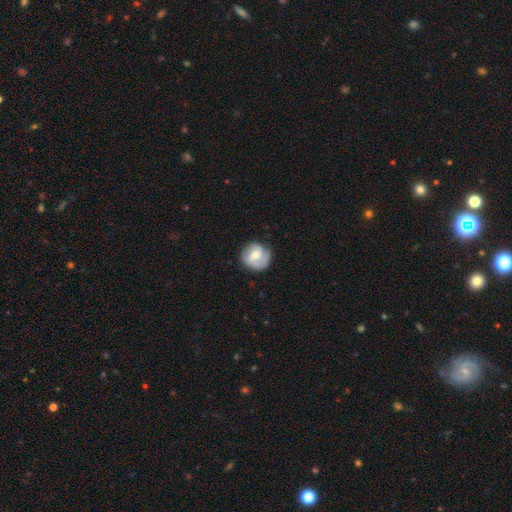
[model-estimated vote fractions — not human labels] Overall: smooth (51%; featured or disk 42%). How rounded: round (87%). Merging: none (72%).